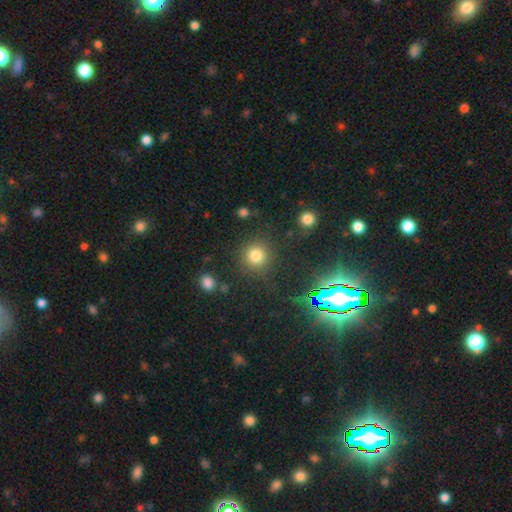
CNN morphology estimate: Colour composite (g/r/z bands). It shows a smooth galaxy with no disk features (77%) that is round (92%). Merging: none (83%).